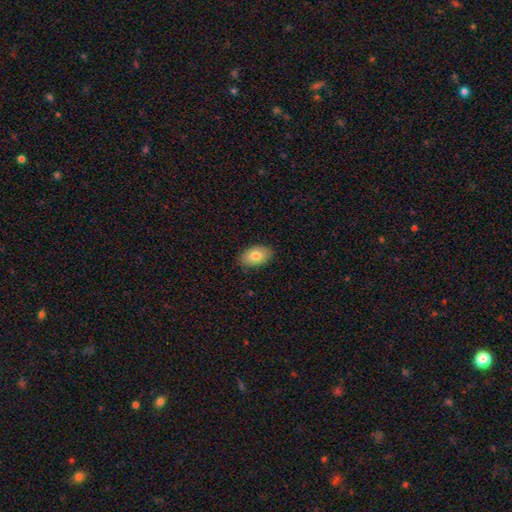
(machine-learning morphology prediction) This is likely a smooth galaxy (78%). How rounded: clearly in between (92%). Merging: clearly none (85%).